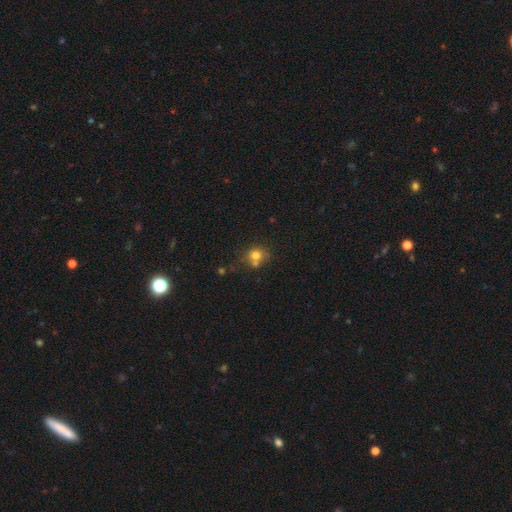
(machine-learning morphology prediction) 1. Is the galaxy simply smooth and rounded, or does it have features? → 74% smooth, 13% star or artifact, 13% featured or disk.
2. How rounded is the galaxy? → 80% round, 19% in between, 1% cigar-shaped.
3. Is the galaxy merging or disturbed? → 53% none, 29% merger, 13% minor disturbance, 5% major disturbance.